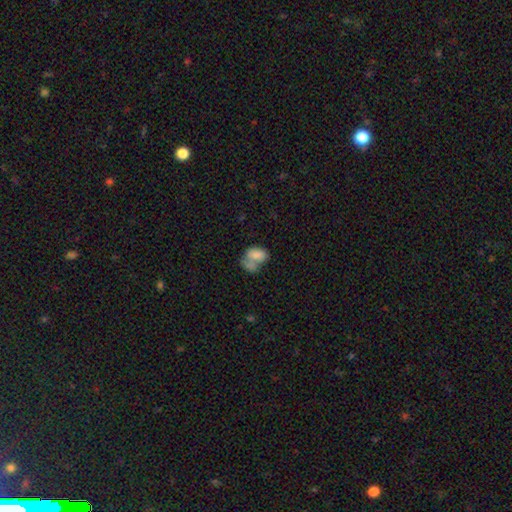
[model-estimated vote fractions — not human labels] Morphology: type=smooth (77%); roundness=in between (82%); merging=merger (57%).